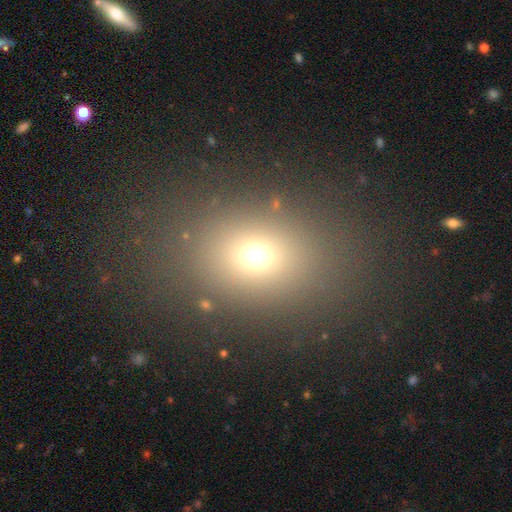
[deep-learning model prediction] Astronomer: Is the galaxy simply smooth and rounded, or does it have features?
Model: smooth — 67%.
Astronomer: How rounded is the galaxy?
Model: in between — 55% (runner-up: round, 43%).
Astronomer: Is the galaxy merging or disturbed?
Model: none — 84%.